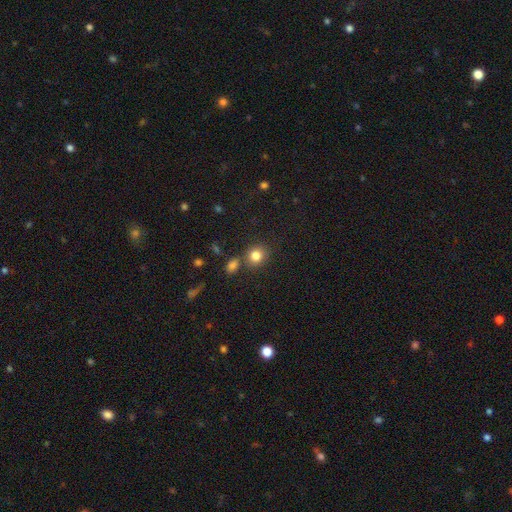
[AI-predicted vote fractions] smooth 83%, star or artifact 11%, featured or disk 6%. Down the decision tree: how rounded — round (77%); merging — none (71%).